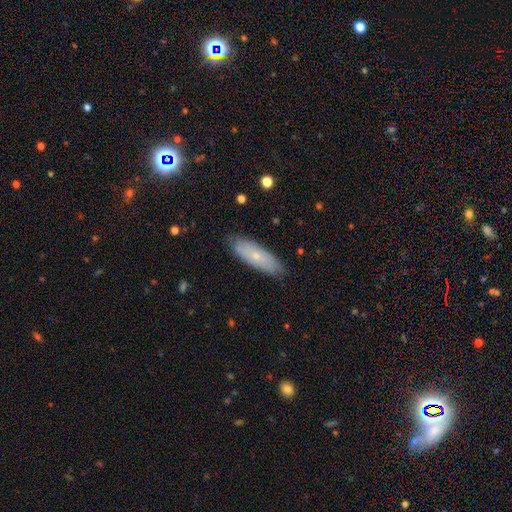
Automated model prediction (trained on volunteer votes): Q: Smooth or featured?
A: smooth (61%); runner-up: featured or disk (32%)
Q: How rounded?
A: in between (51%); runner-up: cigar-shaped (47%)
Q: Merging?
A: none (83%); runner-up: minor disturbance (13%)